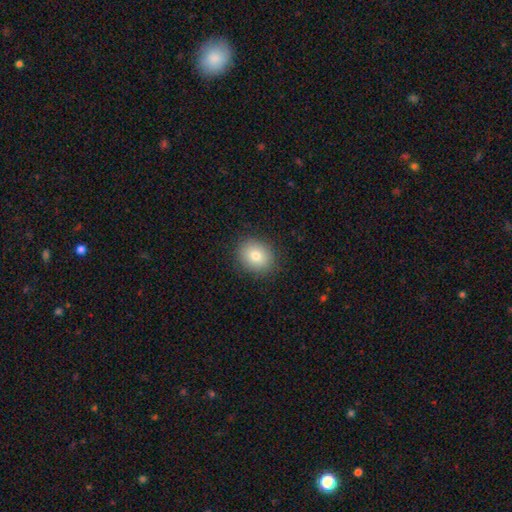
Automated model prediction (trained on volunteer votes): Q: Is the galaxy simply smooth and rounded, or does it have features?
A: smooth — 82%.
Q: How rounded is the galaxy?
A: round — 59%.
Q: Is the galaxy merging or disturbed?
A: none — 88%.